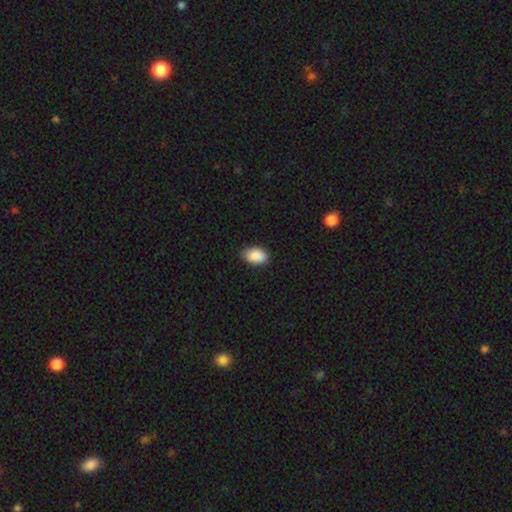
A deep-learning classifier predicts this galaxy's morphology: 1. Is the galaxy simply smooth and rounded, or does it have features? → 89% smooth, 7% star or artifact, 4% featured or disk.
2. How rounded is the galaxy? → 90% in between, 9% round, 1% cigar-shaped.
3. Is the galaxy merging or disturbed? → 81% none, 15% minor disturbance, 2% major disturbance, 1% merger.